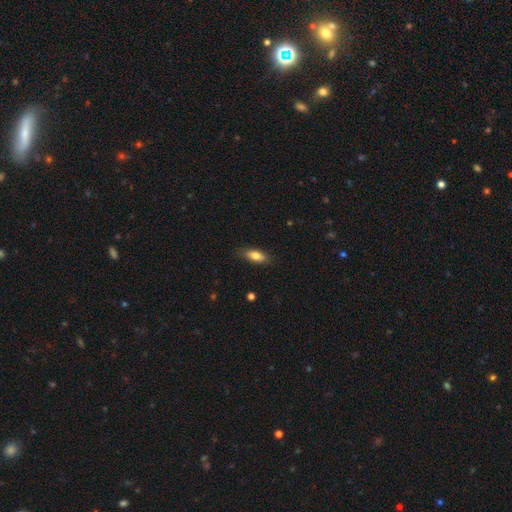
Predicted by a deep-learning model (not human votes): Smooth or featured: smooth — 76% (featured or disk — 17%)
How rounded: in between — 76% (cigar-shaped — 21%)
Merging: none — 82% (minor disturbance — 14%)